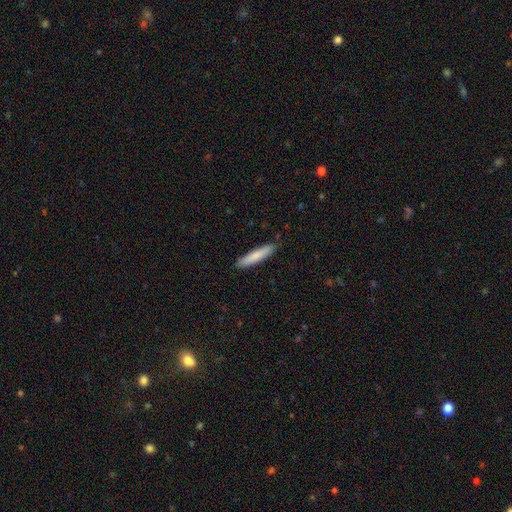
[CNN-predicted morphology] smooth-or-featured: smooth: 82% | featured or disk: 13% | star or artifact: 5%
  how-rounded: cigar-shaped: 87% | in between: 12% | round: 1%
  merging: none: 89% | minor disturbance: 9% | major disturbance: 2% | merger: 1%